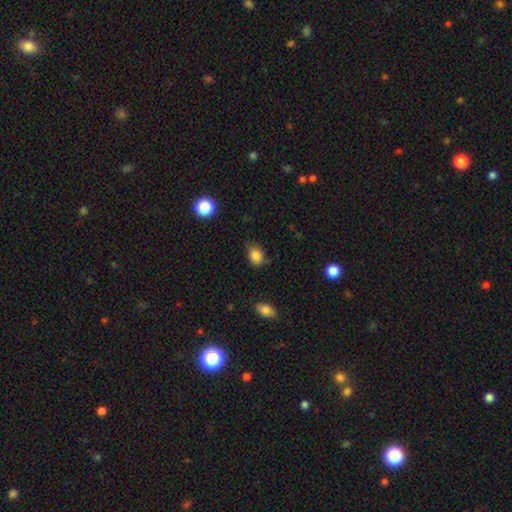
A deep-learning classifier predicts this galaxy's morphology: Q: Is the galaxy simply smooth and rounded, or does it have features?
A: smooth — 84%.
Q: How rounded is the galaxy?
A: in between — 58%.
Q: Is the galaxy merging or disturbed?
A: none — 65%.